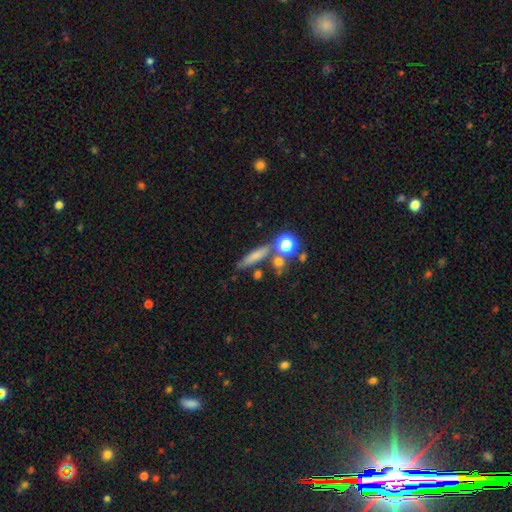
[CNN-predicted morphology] Smooth or featured?
  - smooth: 67% *
  - featured or disk: 20%
  - star or artifact: 13%
How rounded?
  - cigar-shaped: 75% *
  - in between: 15%
  - round: 11%
Merging?
  - none: 70% *
  - merger: 14%
  - minor disturbance: 12%
  - major disturbance: 5%